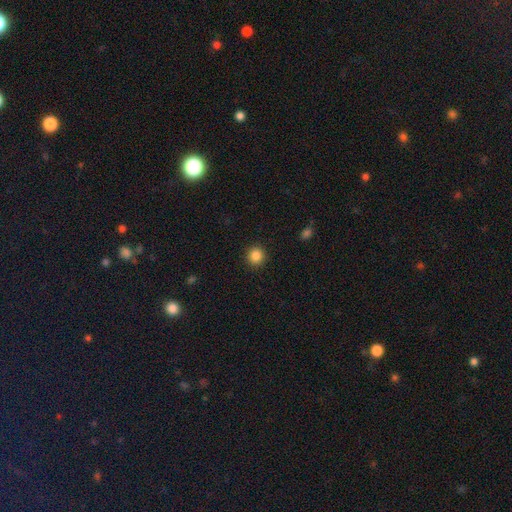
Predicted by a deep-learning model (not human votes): Smooth or featured? smooth (86%)
How rounded? round (92%)
Merging? none (92%)